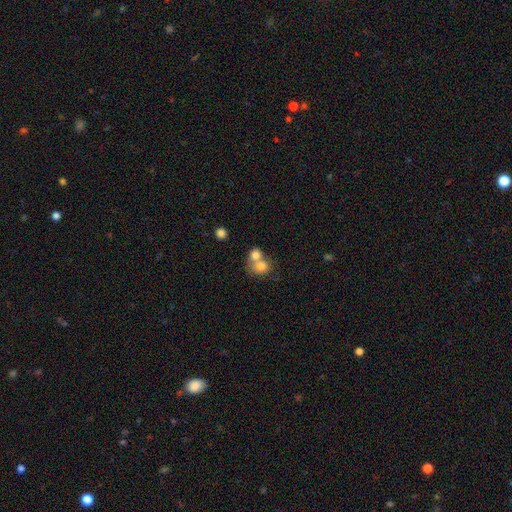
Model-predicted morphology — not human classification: Smooth or featured?
  - smooth: 75% *
  - featured or disk: 15%
  - star or artifact: 10%
How rounded?
  - round: 72% *
  - in between: 27%
  - cigar-shaped: 1%
Merging?
  - merger: 63% *
  - none: 28%
  - minor disturbance: 6%
  - major disturbance: 3%